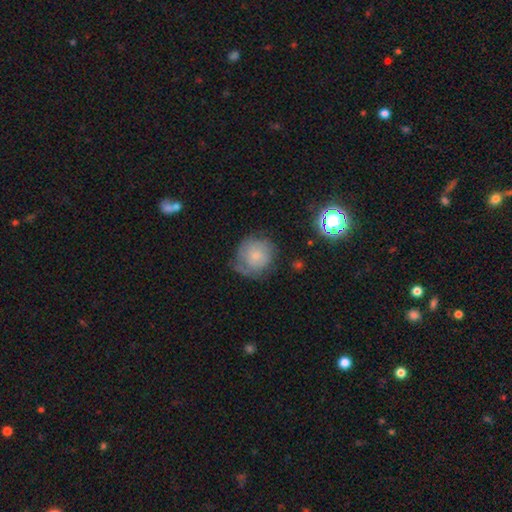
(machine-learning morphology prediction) Smooth or featured?
  - smooth: 58% *
  - featured or disk: 32%
  - star or artifact: 10%
How rounded?
  - round: 86% *
  - in between: 13%
  - cigar-shaped: 1%
Merging?
  - none: 56% *
  - minor disturbance: 28%
  - major disturbance: 13%
  - merger: 3%